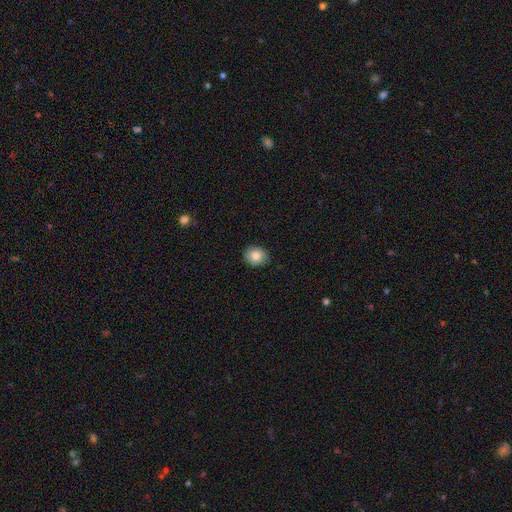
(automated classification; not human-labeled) A smooth galaxy with no disk features (84%) that is round (62%). Merging: none (88%).